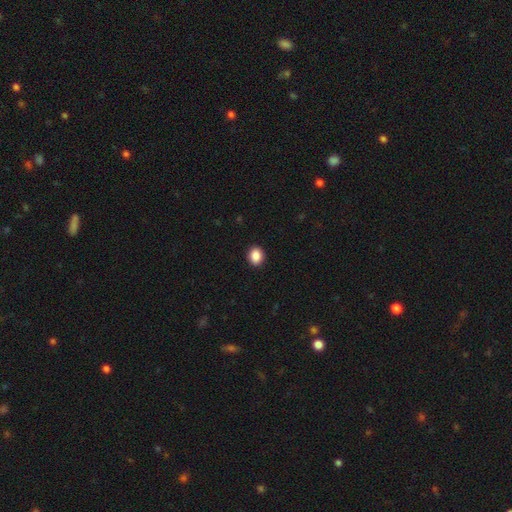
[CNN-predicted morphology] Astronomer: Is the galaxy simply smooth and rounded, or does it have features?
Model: smooth — 88%.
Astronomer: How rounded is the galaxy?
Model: round — 57% (runner-up: in between, 42%).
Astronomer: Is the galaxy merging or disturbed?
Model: none — 92%.